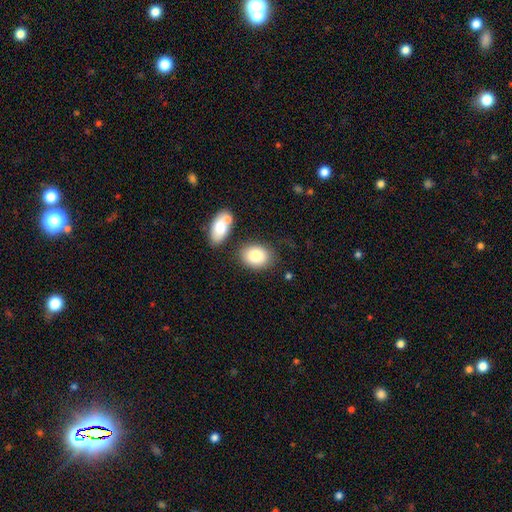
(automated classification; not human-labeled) smooth 82%, featured or disk 10%, star or artifact 7%. Down the decision tree: how rounded — in between (69%); merging — none (73%).